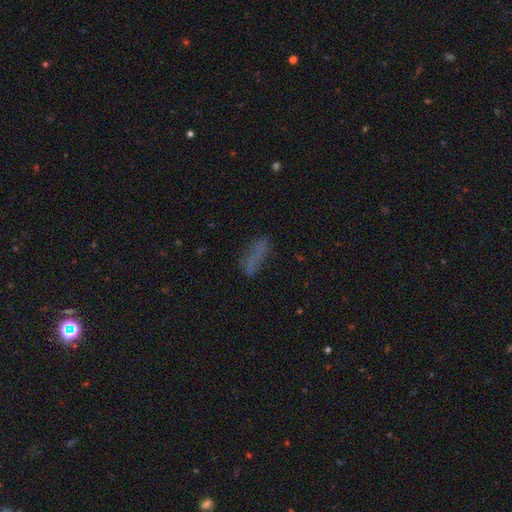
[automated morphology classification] The model was most divided on "how rounded": cigar-shaped: 55%, in between: 41%, round: 4%. More confident: merging — none (68%); smooth or featured — smooth (61%).